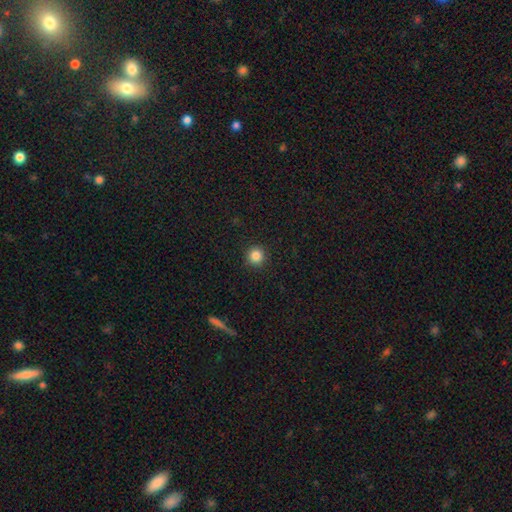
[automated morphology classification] smooth_or_featured: smooth (p=0.85) [alt: star or artifact p=0.11]
how_rounded: round (p=0.94) [alt: in between p=0.05]
merging: none (p=0.92) [alt: minor disturbance p=0.05]